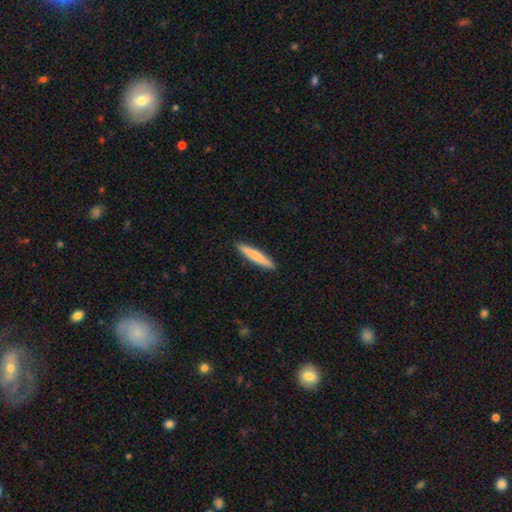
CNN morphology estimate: type=smooth (75%); roundness=cigar-shaped (92%); merging=none (91%).